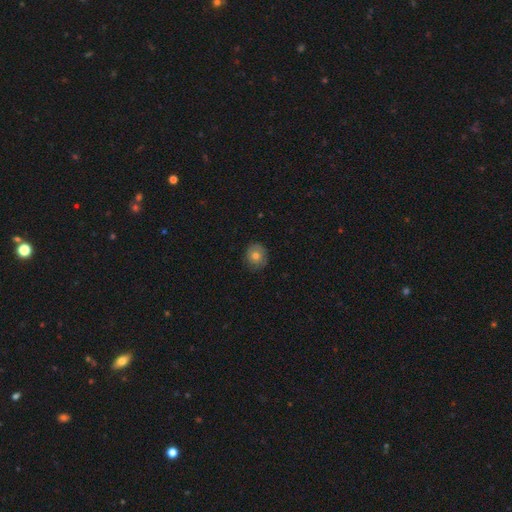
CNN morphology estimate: A smooth galaxy with no disk features (70%) that is round (85%). Merging: none (82%).